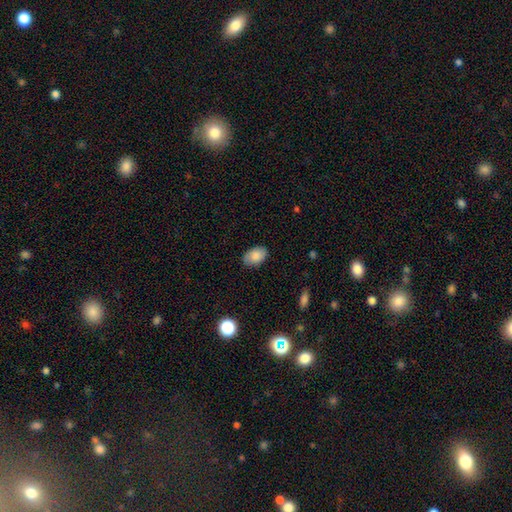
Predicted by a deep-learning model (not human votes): Q: Smooth or featured?
A: smooth (86%); runner-up: star or artifact (7%)
Q: How rounded?
A: in between (89%); runner-up: round (10%)
Q: Merging?
A: none (84%); runner-up: minor disturbance (12%)